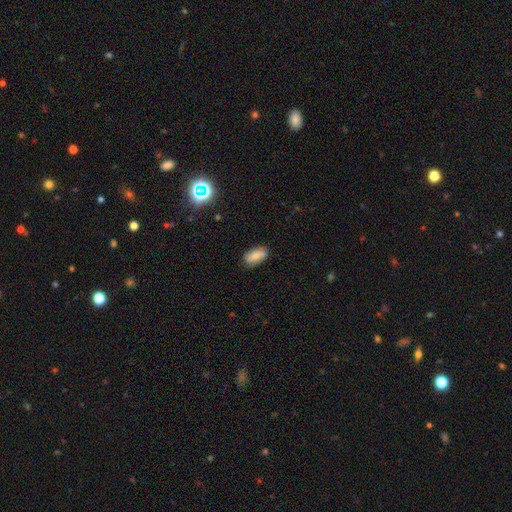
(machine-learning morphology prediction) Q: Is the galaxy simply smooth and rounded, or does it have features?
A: smooth — 62%.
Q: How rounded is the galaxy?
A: in between — 91%.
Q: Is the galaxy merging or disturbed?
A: none — 78%.